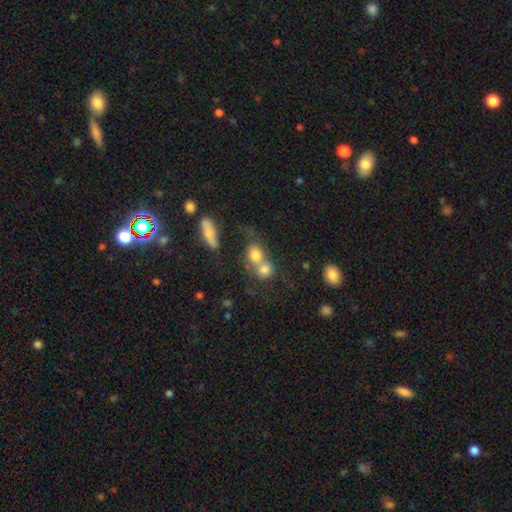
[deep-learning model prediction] Morphology: type=smooth (75%); roundness=round (67%); merging=merger (58%).